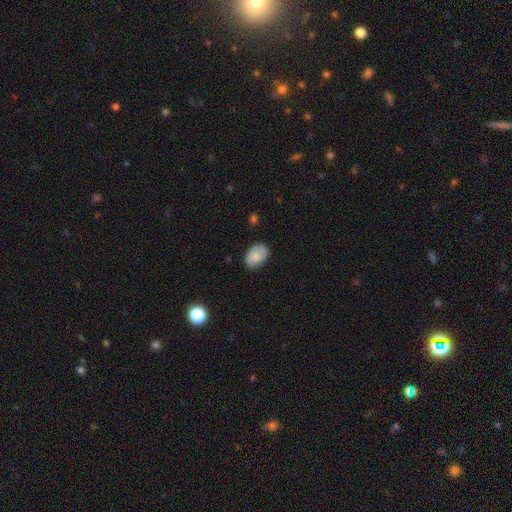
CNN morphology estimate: A smooth galaxy with no disk features (75%) that is in between round and cigar-shaped (85%). Merging: none (79%).